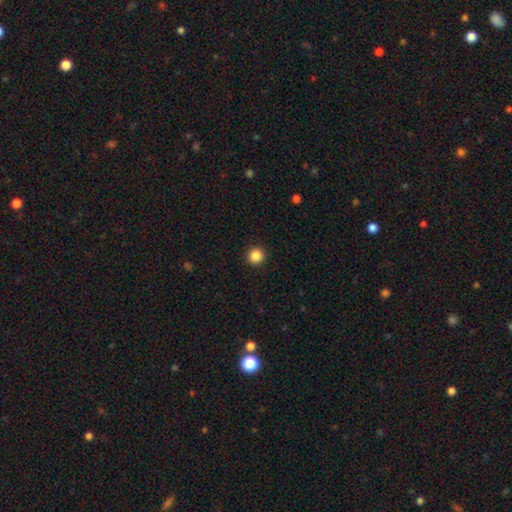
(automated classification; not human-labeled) Smooth or featured? Predicted: smooth (p=0.87). How rounded? Predicted: round (p=0.95). Merging? Predicted: none (p=0.93).